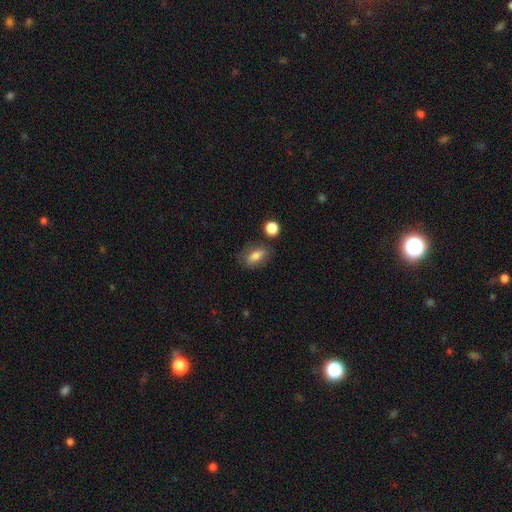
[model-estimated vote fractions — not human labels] smooth_or_featured: smooth (p=0.76) [alt: featured or disk p=0.16]
how_rounded: in between (p=0.79) [alt: cigar-shaped p=0.12]
merging: none (p=0.74) [alt: minor disturbance p=0.16]